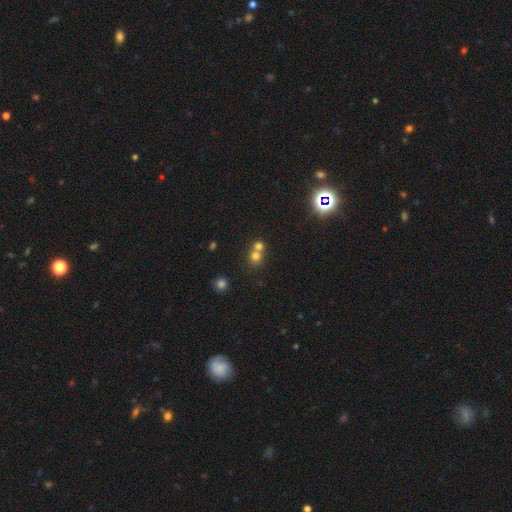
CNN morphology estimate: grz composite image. It shows a smooth galaxy with no disk features (71%) that is round (85%). Merging: merger (52%).